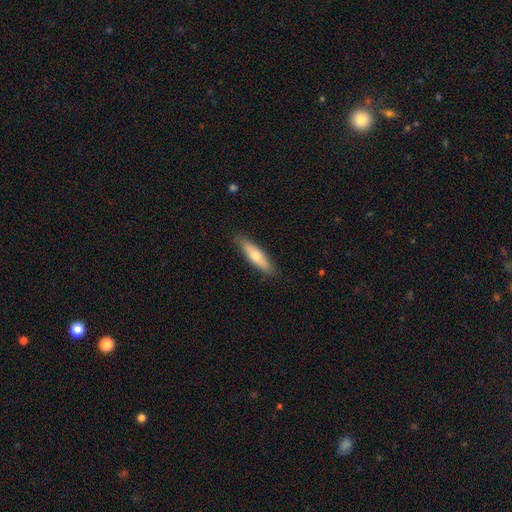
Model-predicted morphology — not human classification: The model was most divided on "how rounded": cigar-shaped: 65%, in between: 33%, round: 2%. More confident: merging — none (86%); smooth or featured — smooth (64%).